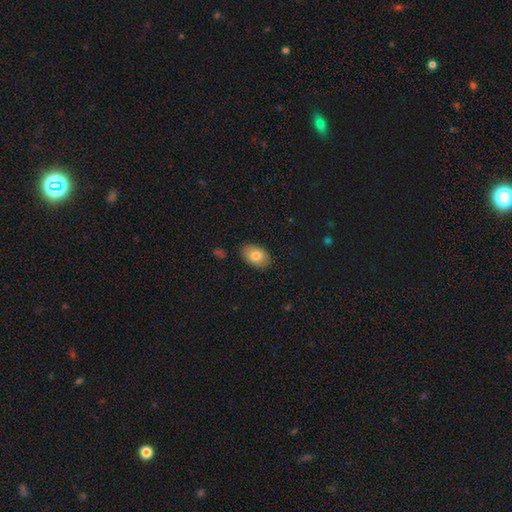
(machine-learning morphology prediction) Smooth or featured: smooth — 80% (featured or disk — 12%)
How rounded: in between — 88% (round — 11%)
Merging: none — 86% (minor disturbance — 10%)